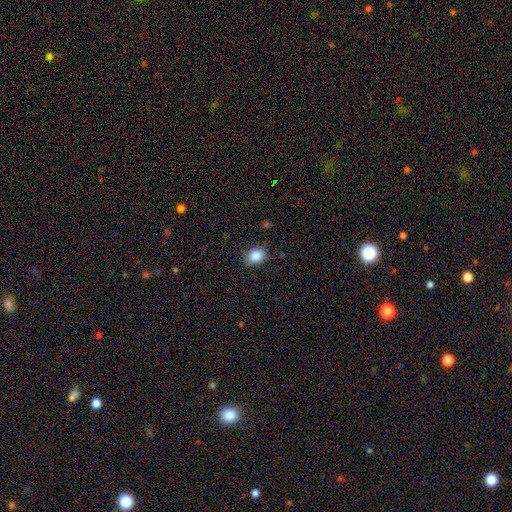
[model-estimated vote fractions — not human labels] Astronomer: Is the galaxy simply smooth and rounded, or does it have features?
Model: smooth — 86%.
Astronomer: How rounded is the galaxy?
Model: in between — 56% (runner-up: round, 43%).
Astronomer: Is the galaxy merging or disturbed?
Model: none — 83%.